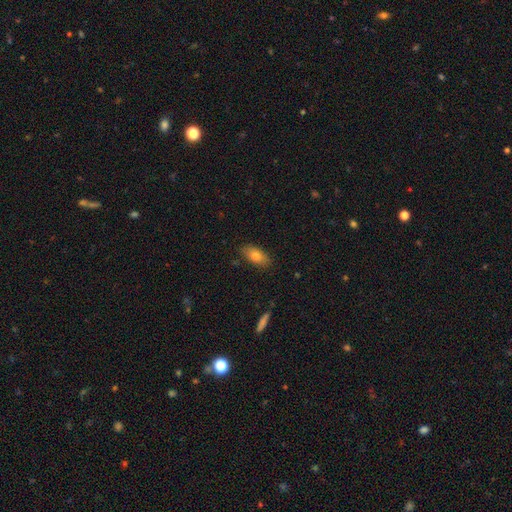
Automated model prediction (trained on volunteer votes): Overall: smooth (77%). How rounded: in between (86%). Merging: none (86%).